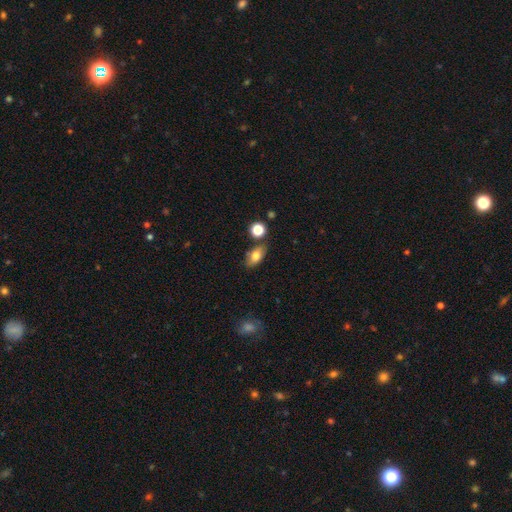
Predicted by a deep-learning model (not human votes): smooth-or-featured: smooth: 77% | featured or disk: 14% | star or artifact: 9%
  how-rounded: in between: 85% | round: 9% | cigar-shaped: 6%
  merging: none: 76% | minor disturbance: 13% | merger: 7% | major disturbance: 3%